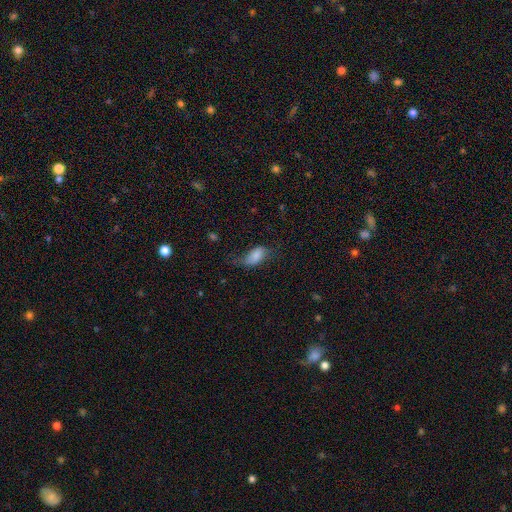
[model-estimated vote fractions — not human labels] smooth 66%, featured or disk 25%, star or artifact 9%. Down the decision tree: how rounded — in between (91%); merging — none (42%).